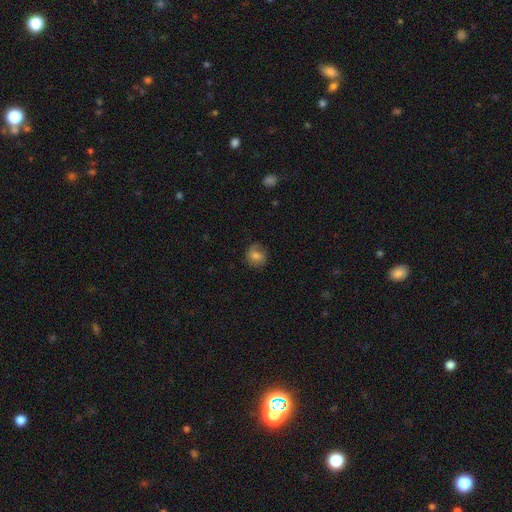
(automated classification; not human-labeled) Overall: smooth (65%). How rounded: round (75%). Merging: none (70%).